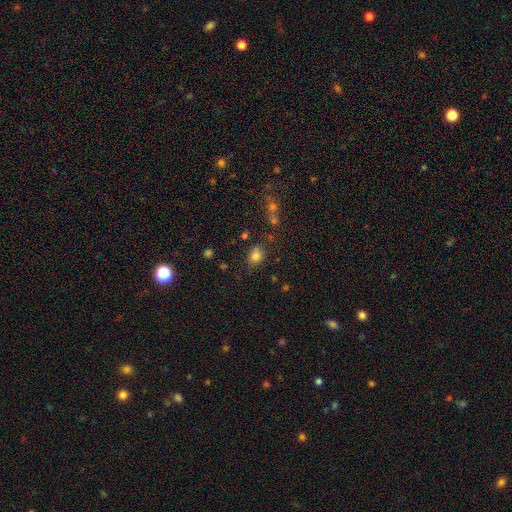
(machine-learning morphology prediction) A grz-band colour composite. It shows a smooth galaxy with no disk features (79%) that is round (58%). Merging: none (71%).